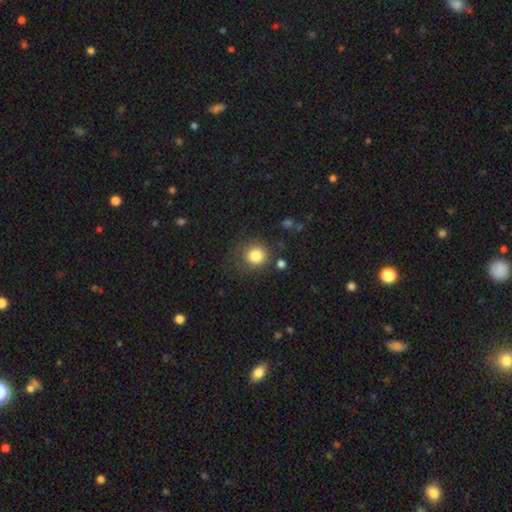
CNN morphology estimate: Smooth or featured? Predicted: smooth (p=0.82). How rounded? Predicted: round (p=0.90). Merging? Predicted: none (p=0.79).